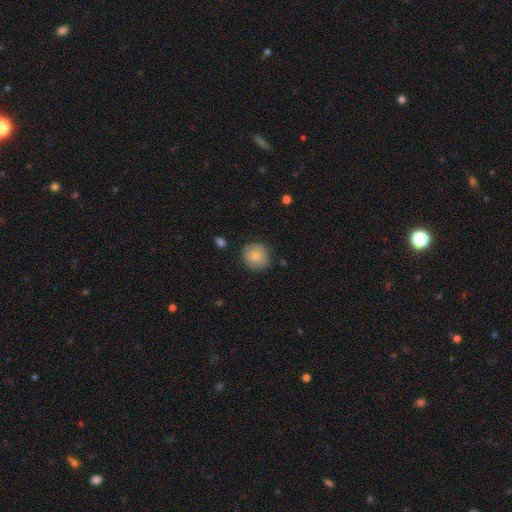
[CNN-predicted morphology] The model was most divided on "merging": none: 82%, minor disturbance: 14%, major disturbance: 3%, merger: 2%. More confident: how rounded — round (86%); smooth or featured — smooth (80%).